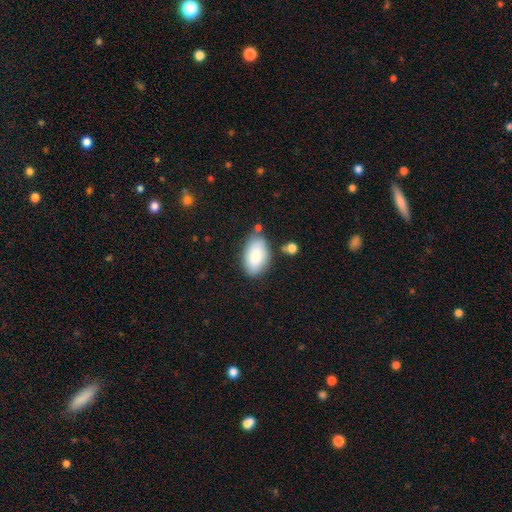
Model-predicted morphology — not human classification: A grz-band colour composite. It shows a smooth galaxy with no disk features (85%) that is in between round and cigar-shaped (94%). Merging: none (74%).